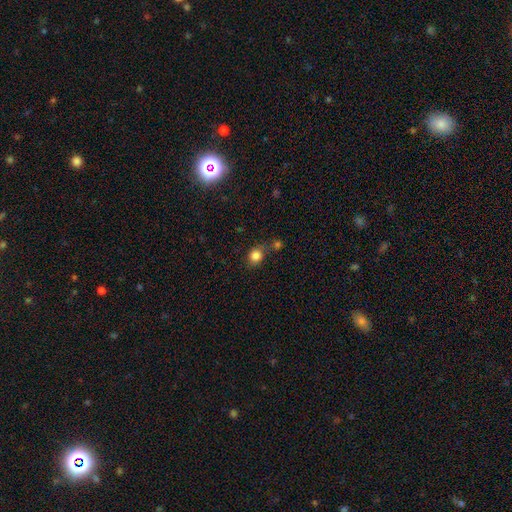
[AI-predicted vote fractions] smooth_or_featured: smooth (p=0.83) [alt: star or artifact p=0.11]
how_rounded: round (p=0.73) [alt: in between p=0.26]
merging: none (p=0.55) [alt: merger p=0.22]